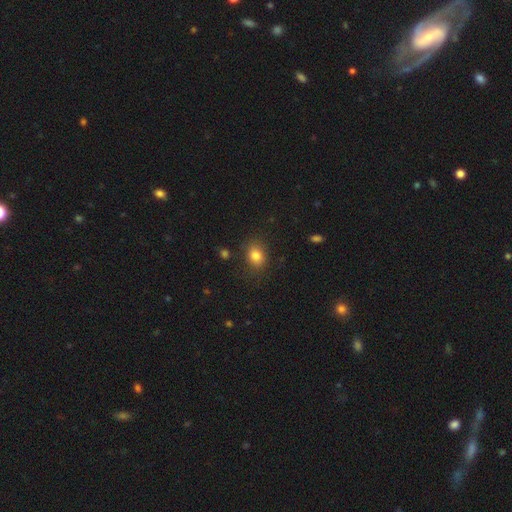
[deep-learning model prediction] Smooth or featured? smooth (82%)
How rounded? in between (54%)
Merging? none (80%)